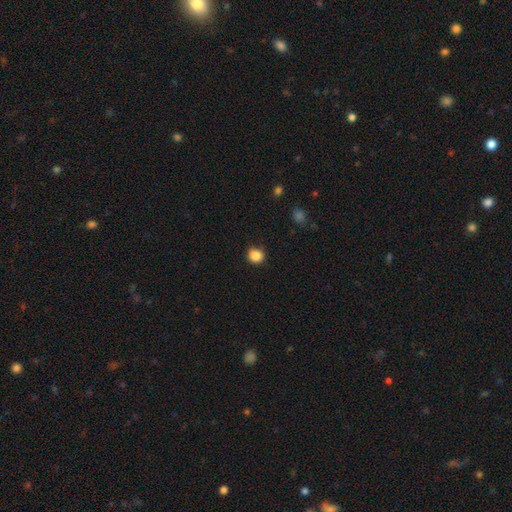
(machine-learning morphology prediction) Smooth or featured?
  - smooth: 87% *
  - star or artifact: 10%
  - featured or disk: 3%
How rounded?
  - round: 88% *
  - in between: 11%
  - cigar-shaped: 1%
Merging?
  - none: 87% *
  - minor disturbance: 9%
  - major disturbance: 2%
  - merger: 1%